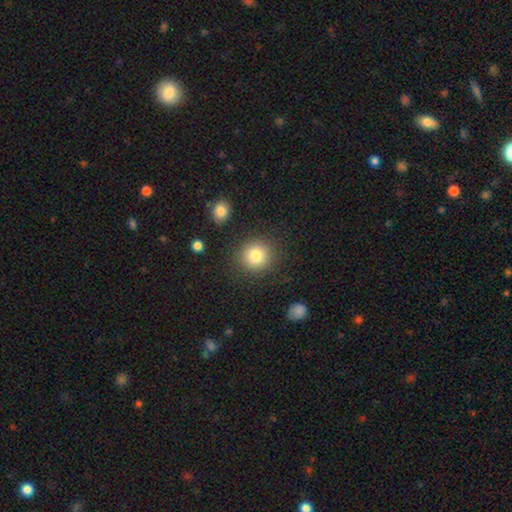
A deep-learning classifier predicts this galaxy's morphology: Smooth or featured? smooth (81%)
How rounded? round (92%)
Merging? none (87%)